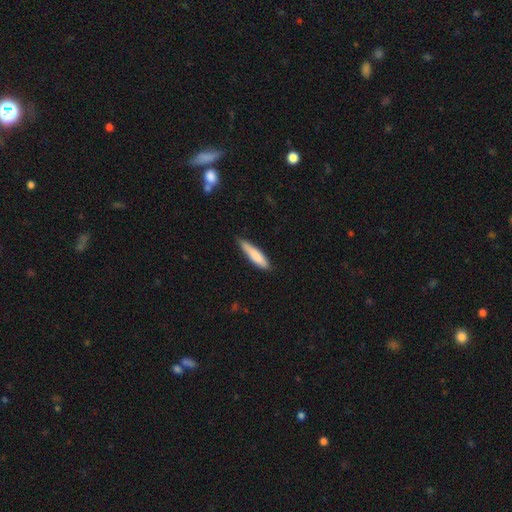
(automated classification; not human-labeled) Overall: smooth (81%). How rounded: cigar-shaped (80%). Merging: none (68%).